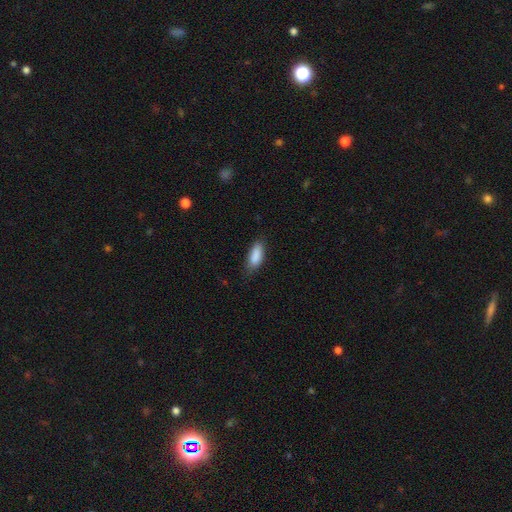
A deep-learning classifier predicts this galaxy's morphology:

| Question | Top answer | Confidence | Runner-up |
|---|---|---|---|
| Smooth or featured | smooth | 88% | star or artifact (7%) |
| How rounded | in between | 78% | cigar-shaped (20%) |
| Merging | none | 74% | minor disturbance (20%) |